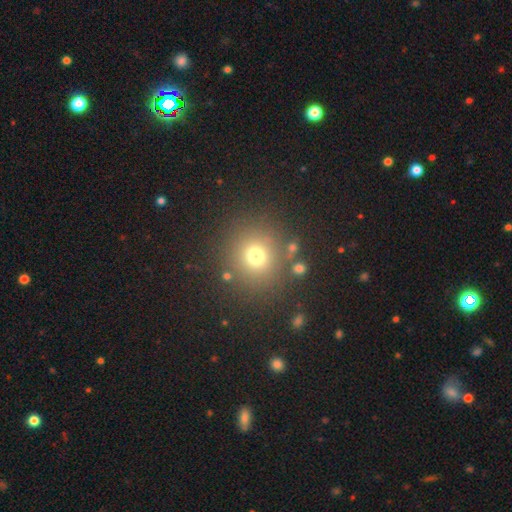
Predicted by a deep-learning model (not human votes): This appears to be a smooth galaxy with no disk features (71%) that is round (90%). Merging: none (83%).